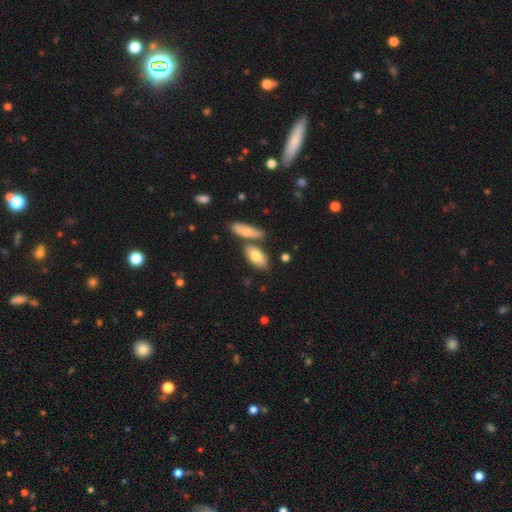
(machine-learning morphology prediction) Smooth or featured?
  - smooth: 79% *
  - featured or disk: 15%
  - star or artifact: 6%
How rounded?
  - in between: 85% *
  - cigar-shaped: 12%
  - round: 3%
Merging?
  - none: 62% *
  - merger: 23%
  - minor disturbance: 12%
  - major disturbance: 3%